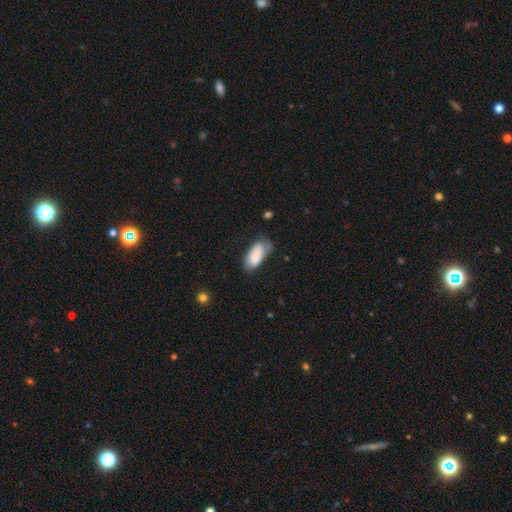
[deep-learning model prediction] Smooth or featured? smooth (80%)
How rounded? in between (87%)
Merging? none (54%)